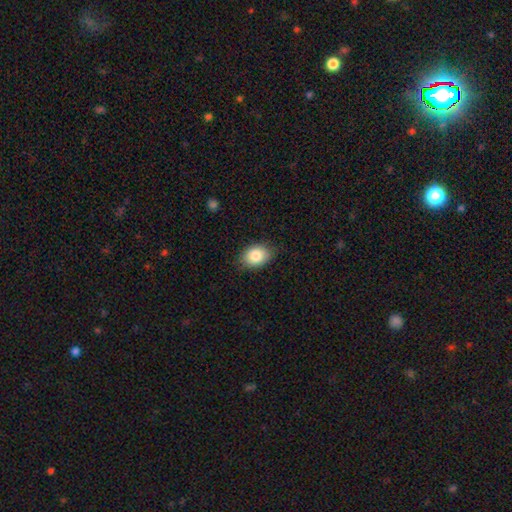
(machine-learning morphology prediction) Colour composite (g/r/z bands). It shows a smooth galaxy with no disk features (84%) that is in between round and cigar-shaped (68%). Merging: none (81%).